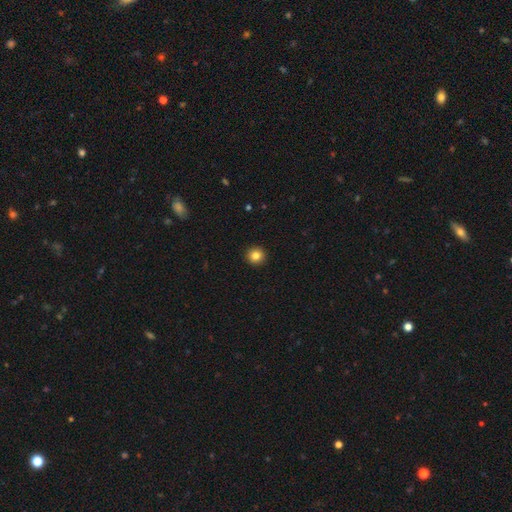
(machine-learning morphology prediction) Overall: smooth (84%). How rounded: round (95%). Merging: none (94%).